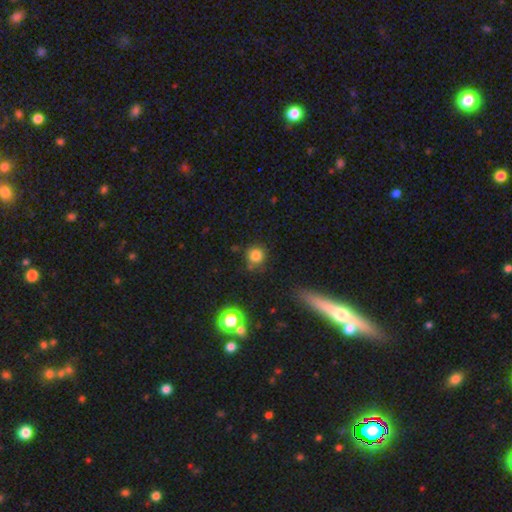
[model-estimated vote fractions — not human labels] Smooth or featured?
  - smooth: 81% *
  - star or artifact: 13%
  - featured or disk: 6%
How rounded?
  - round: 91% *
  - in between: 8%
  - cigar-shaped: 1%
Merging?
  - none: 79% *
  - minor disturbance: 12%
  - merger: 5%
  - major disturbance: 4%